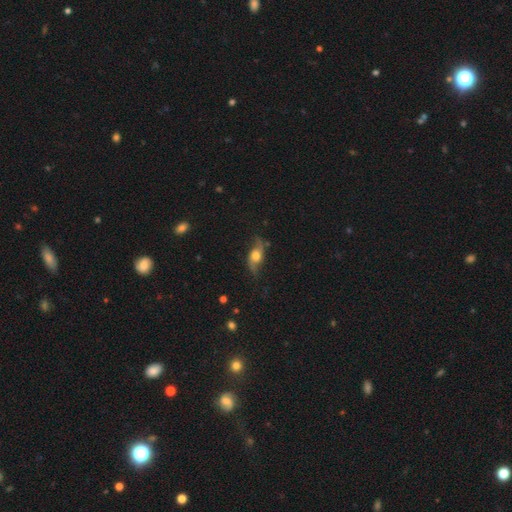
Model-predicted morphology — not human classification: type=featured or disk (70%); edge-on=no (80%); bar=no (72%); spiral arms=yes (91%); winding=loose (84%); arm count=2 (92%); bulge=moderate (55%); merging=none (70%).